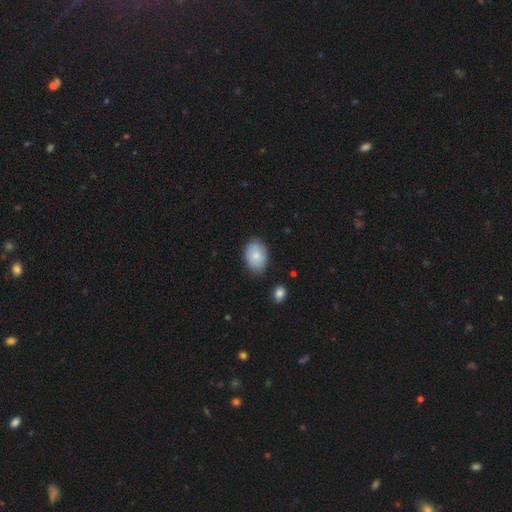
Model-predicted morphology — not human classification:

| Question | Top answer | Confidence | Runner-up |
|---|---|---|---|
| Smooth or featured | smooth | 80% | featured or disk (14%) |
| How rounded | in between | 83% | round (16%) |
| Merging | none | 82% | minor disturbance (14%) |